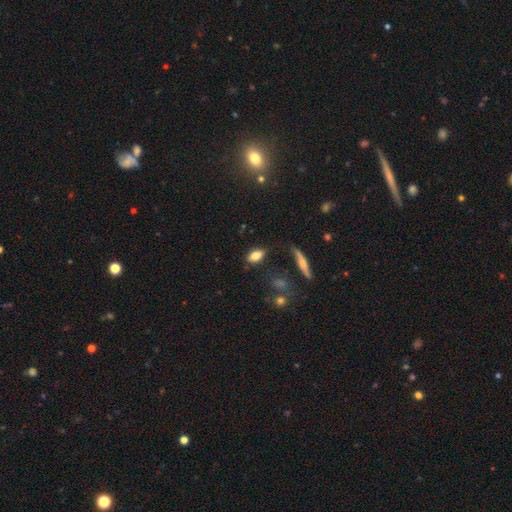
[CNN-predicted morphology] Smooth or featured? smooth (79%)
How rounded? in between (86%)
Merging? none (79%)